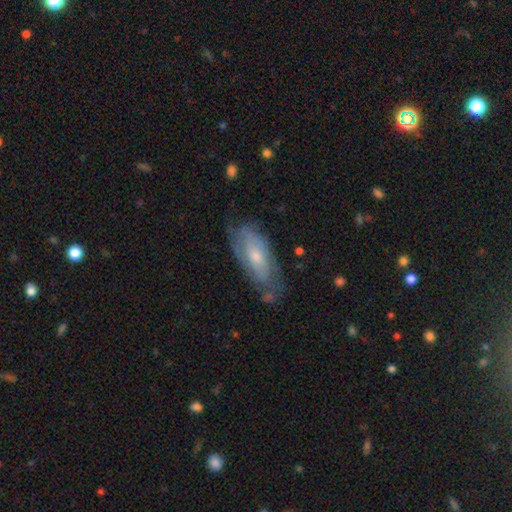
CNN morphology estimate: Smooth or featured?
  - featured or disk: 49% *
  - smooth: 44%
  - star or artifact: 7%
Merging?
  - none: 62% *
  - minor disturbance: 26%
  - major disturbance: 9%
  - merger: 3%